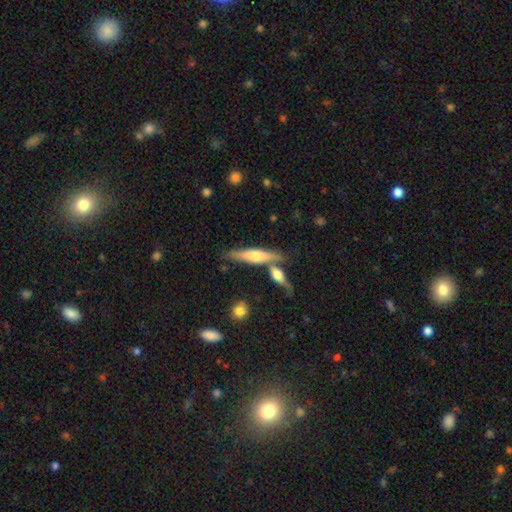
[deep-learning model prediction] Smooth or featured? featured or disk (53%)
Edge-on disk? yes (93%)
Merging? none (68%)